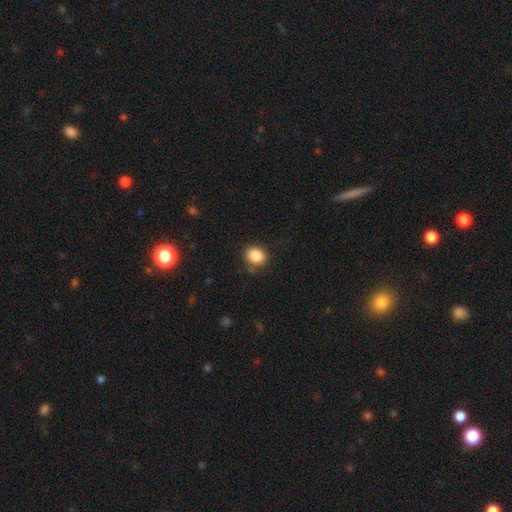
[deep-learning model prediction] Overall: smooth (88%). How rounded: round (62%; in between 37%). Merging: none (83%).